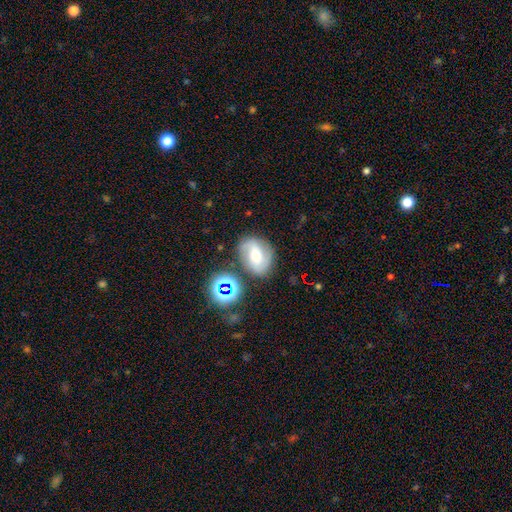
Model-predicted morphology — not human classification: smooth-or-featured: featured or disk: 61% | smooth: 26% | star or artifact: 13%
  disk-edge-on: no: 96% | yes: 4%
    bar: weak: 41% | no: 37% | strong: 22%
    has-spiral-arms: yes: 87% | no: 13%
      spiral-winding: medium: 43% | loose: 32% | tight: 25%
      spiral-arm-count: 2: 79% | can't tell: 10% | 3: 4% | 1: 4% | 4: 1% | more than 4: 1%
    bulge-size: moderate: 64% | small: 28% | large: 5% | none: 2% | dominant: 1%
  merging: none: 74% | minor disturbance: 15% | merger: 6% | major disturbance: 5%